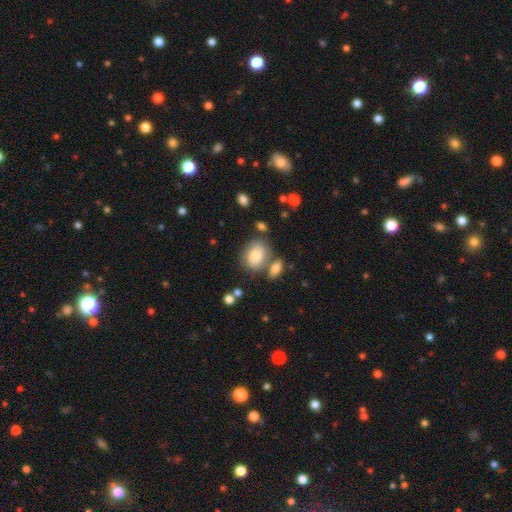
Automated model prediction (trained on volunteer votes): The model was most divided on "how rounded": in between: 63%, round: 36%, cigar-shaped: 1%. More confident: smooth or featured — smooth (71%); merging — none (56%).